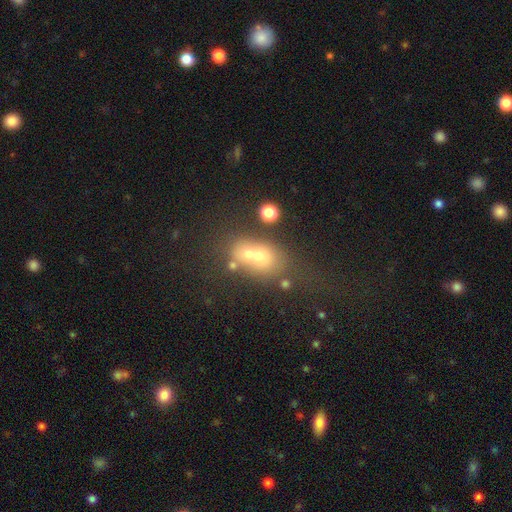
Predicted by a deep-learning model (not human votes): Smooth or featured? smooth (57%)
How rounded? in between (60%)
Merging? merger (52%)